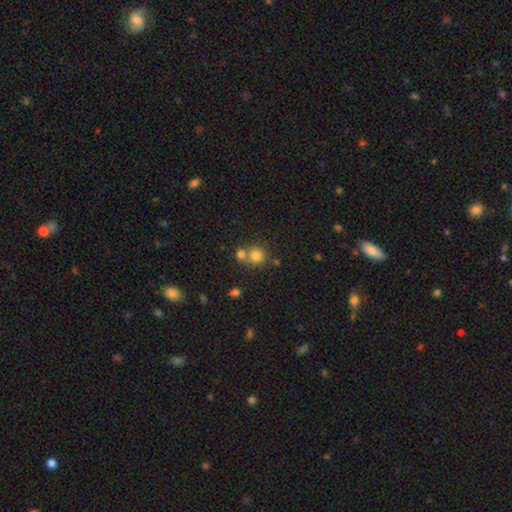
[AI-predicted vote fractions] Morphology: type=smooth (78%); roundness=round (89%); merging=none (53%).